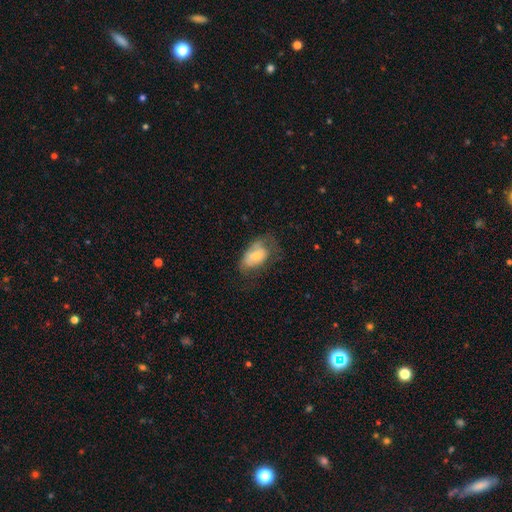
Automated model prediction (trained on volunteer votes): The model was most divided on "merging": none: 37%, minor disturbance: 32%, major disturbance: 28%, merger: 3%. More confident: how rounded — in between (90%); smooth or featured — smooth (60%).